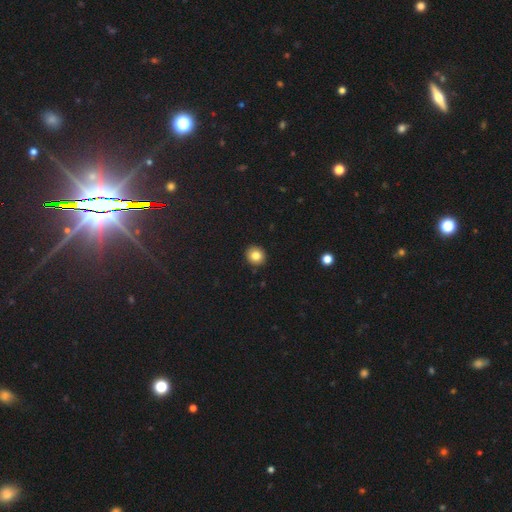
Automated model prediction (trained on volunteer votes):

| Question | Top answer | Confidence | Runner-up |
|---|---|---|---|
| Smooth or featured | smooth | 82% | star or artifact (11%) |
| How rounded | round | 84% | in between (15%) |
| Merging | none | 91% | minor disturbance (6%) |